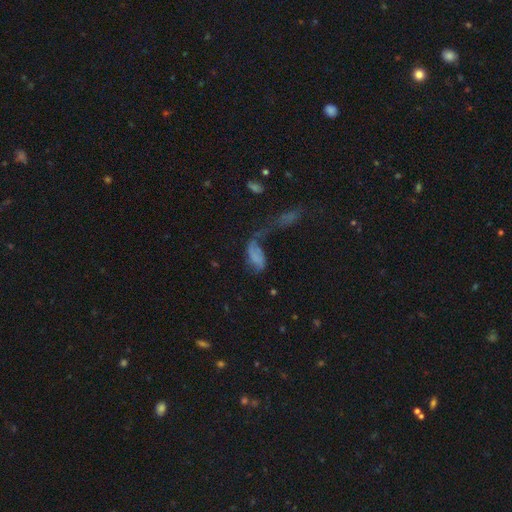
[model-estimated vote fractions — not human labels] smooth_or_featured: smooth (p=0.48) [alt: featured or disk p=0.37]
merging: major disturbance (p=0.38) [alt: merger p=0.26]